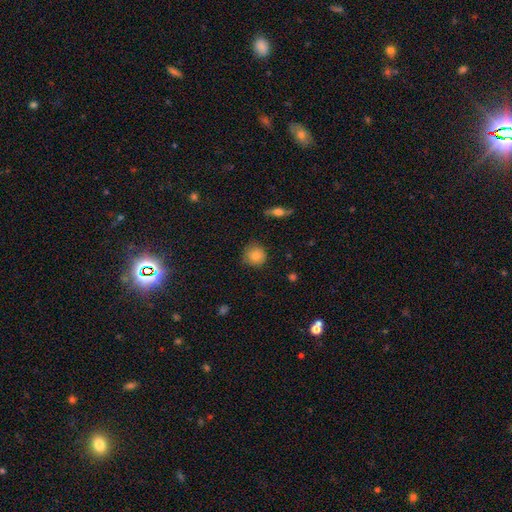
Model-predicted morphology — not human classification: Overall: smooth (81%). How rounded: round (91%). Merging: none (81%).